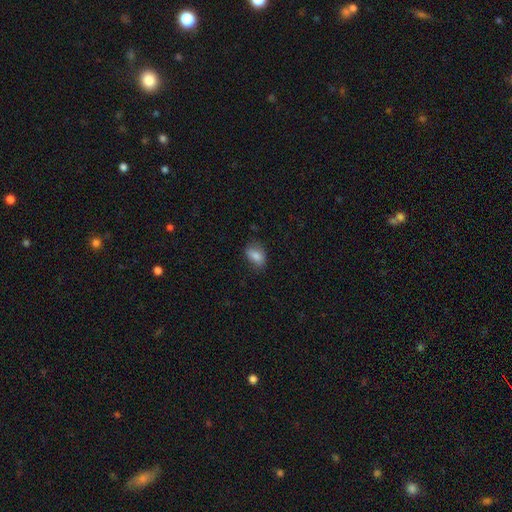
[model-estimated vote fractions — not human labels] The model was most divided on "merging": none: 70%, minor disturbance: 23%, major disturbance: 6%, merger: 1%. More confident: how rounded — in between (84%); smooth or featured — smooth (82%).